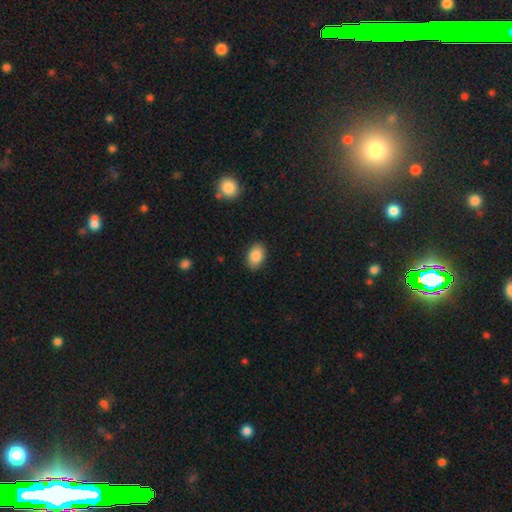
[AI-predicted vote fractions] smooth 87%, star or artifact 7%, featured or disk 6%. Down the decision tree: how rounded — in between (84%); merging — none (87%).